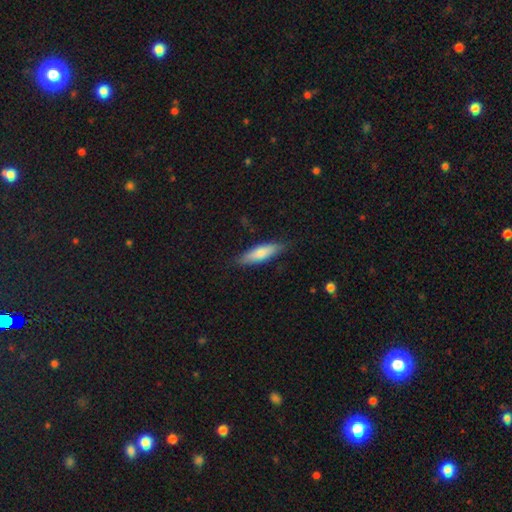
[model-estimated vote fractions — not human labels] Q: Smooth or featured?
A: smooth (67%); runner-up: featured or disk (26%)
Q: How rounded?
A: cigar-shaped (72%); runner-up: in between (26%)
Q: Merging?
A: none (86%); runner-up: minor disturbance (11%)